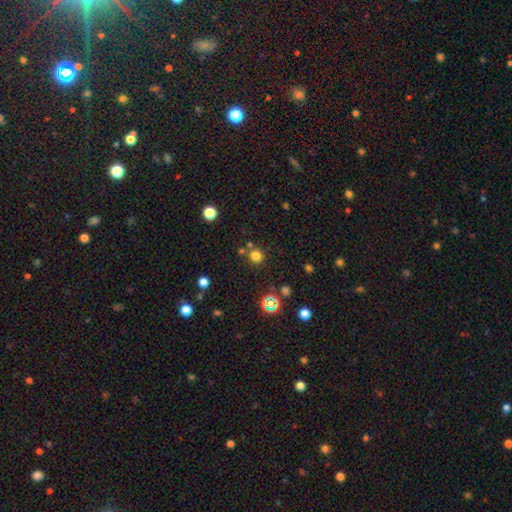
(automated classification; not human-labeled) Q: Smooth or featured?
A: smooth (74%); runner-up: star or artifact (20%)
Q: How rounded?
A: round (92%); runner-up: in between (7%)
Q: Merging?
A: none (75%); runner-up: merger (14%)